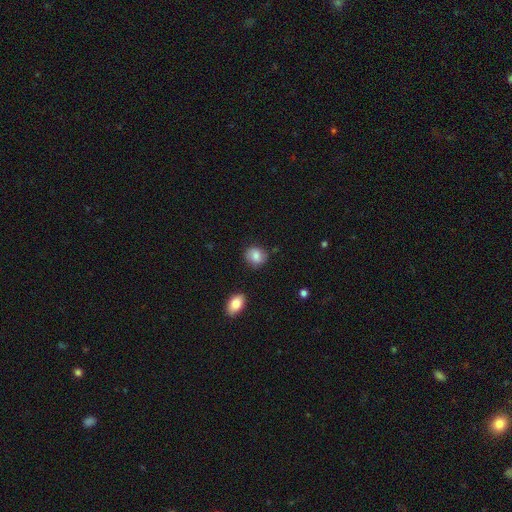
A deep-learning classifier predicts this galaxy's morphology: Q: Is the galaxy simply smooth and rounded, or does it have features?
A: smooth — 82%.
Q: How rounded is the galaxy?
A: round — 73%.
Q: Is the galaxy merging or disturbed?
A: none — 77%.